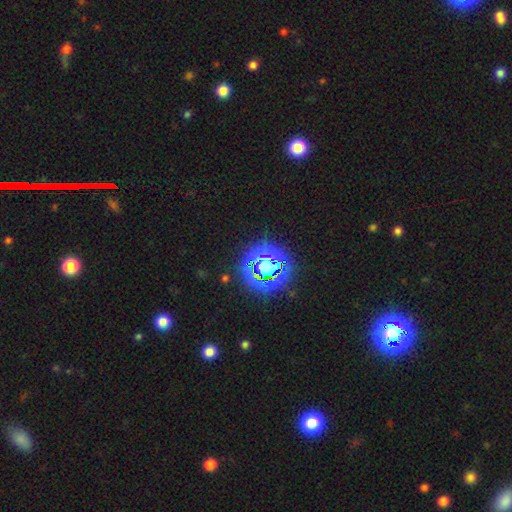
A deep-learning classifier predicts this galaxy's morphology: Smooth or featured?
  - star or artifact: 68% *
  - smooth: 21%
  - featured or disk: 11%